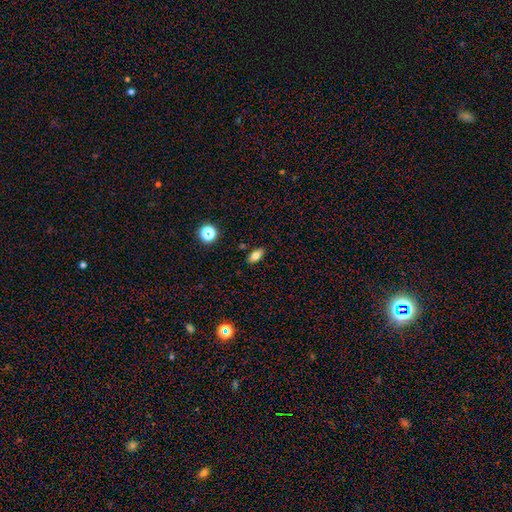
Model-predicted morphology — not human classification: The model was most divided on "smooth or featured": smooth: 79%, star or artifact: 12%, featured or disk: 9%. More confident: how rounded — in between (88%); merging — none (86%).